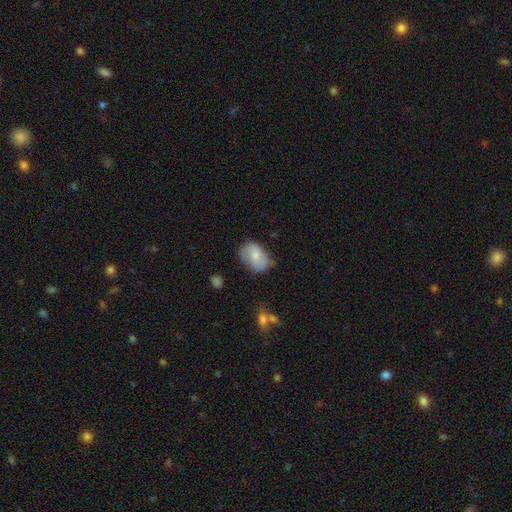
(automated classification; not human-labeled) This is likely a smooth galaxy (71%). How rounded: likely in between (78%). Merging: possibly none (59%).